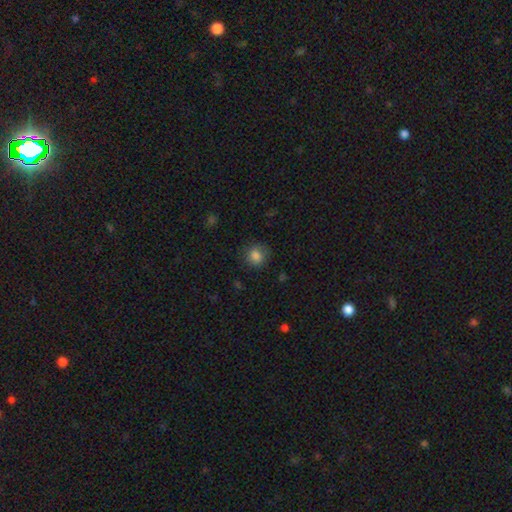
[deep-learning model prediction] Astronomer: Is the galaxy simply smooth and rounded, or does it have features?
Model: smooth — 84%.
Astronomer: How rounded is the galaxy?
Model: round — 83%.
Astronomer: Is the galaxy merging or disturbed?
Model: none — 80%.